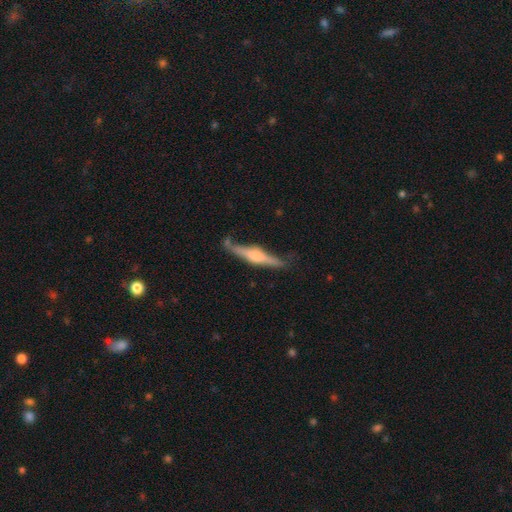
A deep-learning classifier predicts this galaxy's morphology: Q: Smooth or featured?
A: featured or disk (69%); runner-up: smooth (26%)
Q: Edge-on disk?
A: yes (96%); runner-up: no (4%)
Q: Edge-on bulge?
A: rounded (78%); runner-up: boxy (15%)
Q: Merging?
A: none (73%); runner-up: minor disturbance (18%)